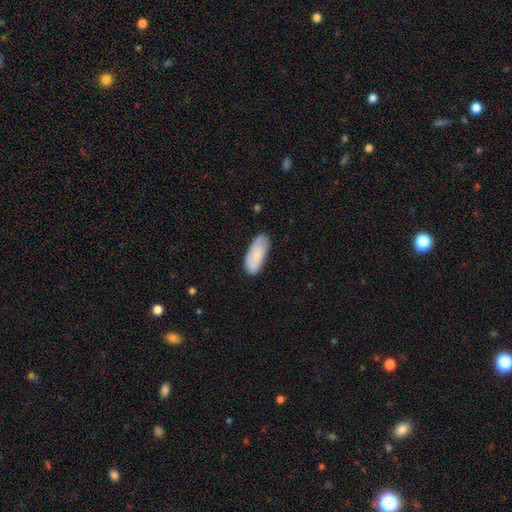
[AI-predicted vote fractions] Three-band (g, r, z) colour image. It shows a smooth galaxy with no disk features (83%) that is in between round and cigar-shaped (82%). Merging: none (78%).